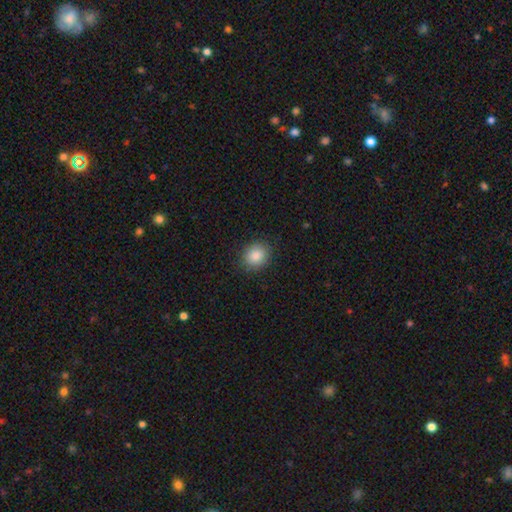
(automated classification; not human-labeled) smooth_or_featured: smooth (p=0.88) [alt: star or artifact p=0.09]
how_rounded: round (p=0.69) [alt: in between p=0.30]
merging: none (p=0.87) [alt: minor disturbance p=0.09]